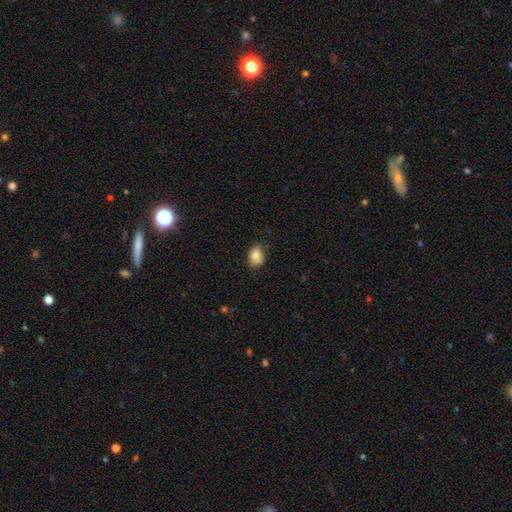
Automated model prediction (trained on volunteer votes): smooth_or_featured: smooth (p=0.84) [alt: star or artifact p=0.08]
how_rounded: in between (p=0.71) [alt: round p=0.28]
merging: none (p=0.71) [alt: minor disturbance p=0.23]